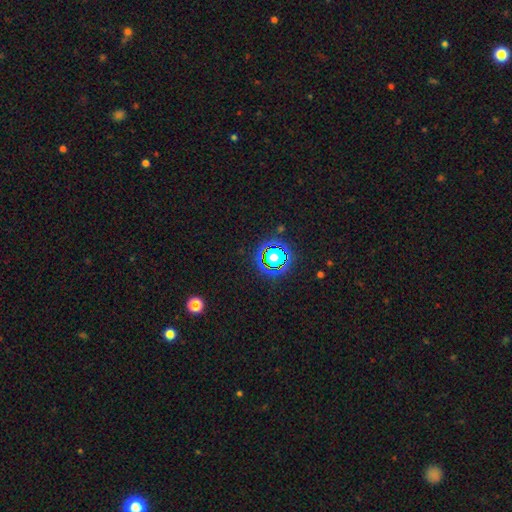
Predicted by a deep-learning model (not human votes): Smooth or featured: star or artifact — 81% (smooth — 12%)